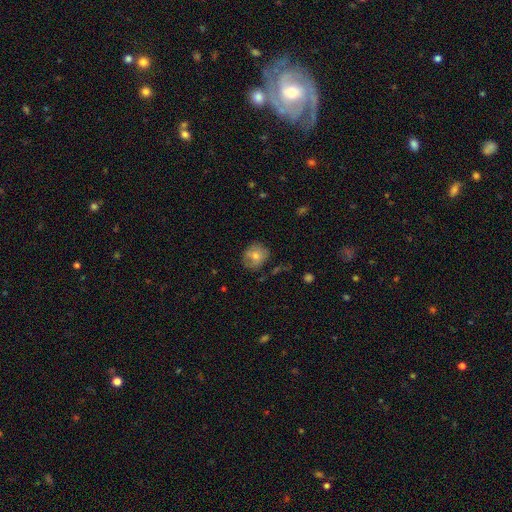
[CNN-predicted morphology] smooth-or-featured: smooth: 67% | featured or disk: 24% | star or artifact: 9%
  how-rounded: round: 73% | in between: 26% | cigar-shaped: 1%
  merging: none: 68% | minor disturbance: 23% | major disturbance: 7% | merger: 2%